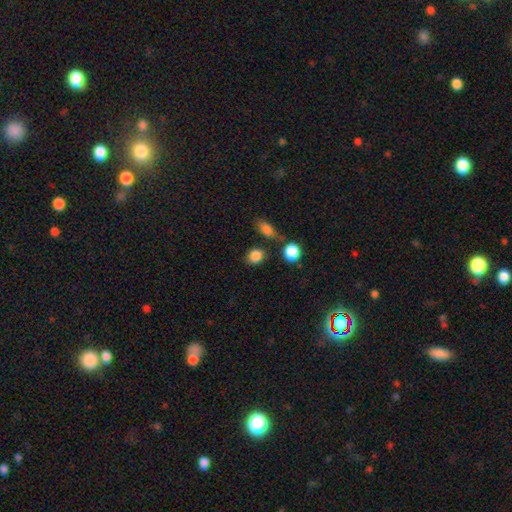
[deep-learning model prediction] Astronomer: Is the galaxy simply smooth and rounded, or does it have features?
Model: smooth — 85%.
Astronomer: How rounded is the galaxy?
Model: round — 59% (runner-up: in between, 40%).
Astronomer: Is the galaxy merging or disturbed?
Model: none — 75%.